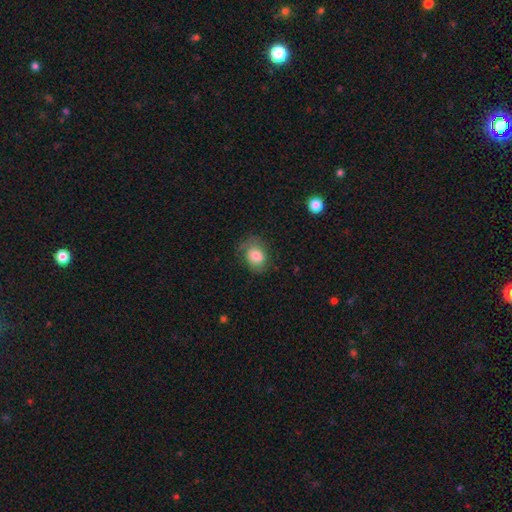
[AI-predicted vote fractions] Morphology: type=smooth (67%); roundness=in between (62%); merging=none (58%).